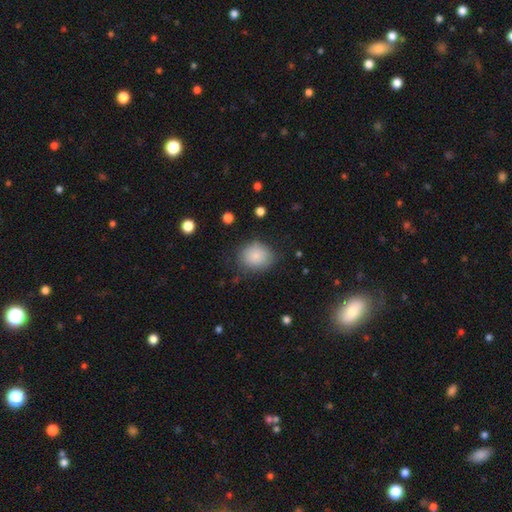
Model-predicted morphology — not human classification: smooth-or-featured: smooth: 84% | star or artifact: 8% | featured or disk: 8%
  how-rounded: round: 58% | in between: 41% | cigar-shaped: 1%
  merging: none: 73% | minor disturbance: 19% | major disturbance: 6% | merger: 2%